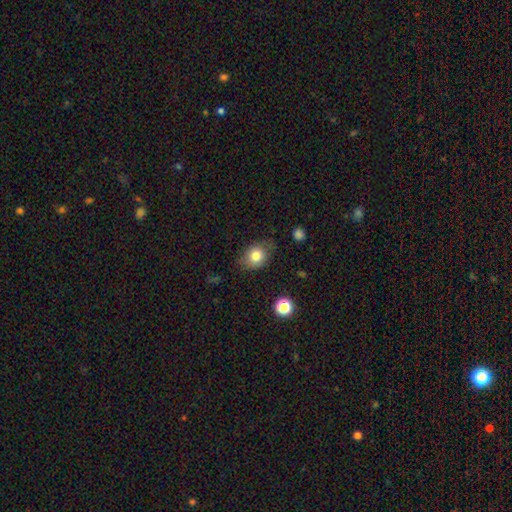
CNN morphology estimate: smooth-or-featured: smooth: 79% | featured or disk: 11% | star or artifact: 10%
  how-rounded: in between: 54% | round: 45% | cigar-shaped: 1%
  merging: none: 70% | minor disturbance: 23% | major disturbance: 5% | merger: 2%